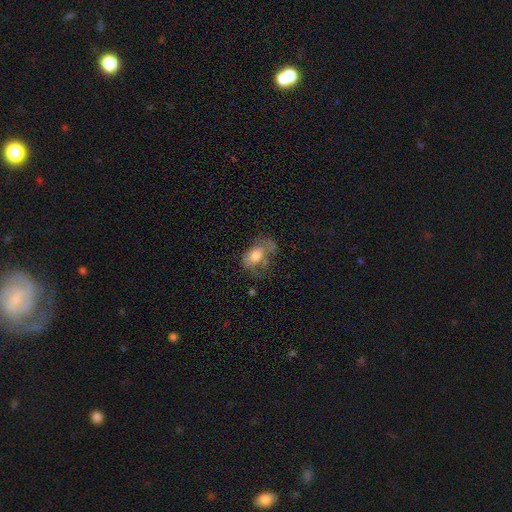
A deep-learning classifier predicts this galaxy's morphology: This is possibly a smooth galaxy (55%). How rounded: clearly in between (83%). Merging: marginally major disturbance (43%).